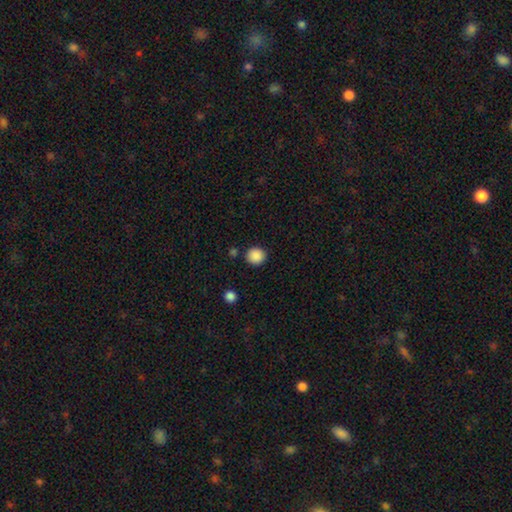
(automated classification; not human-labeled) A smooth galaxy with no disk features (88%) that is round (90%).

Vote fractions:
- Smooth or featured? smooth: 88% / star or artifact: 9% / featured or disk: 3%
- How rounded? round: 90% / in between: 9% / cigar-shaped: 1%
- Merging? none: 87% / minor disturbance: 7% / merger: 3% / major disturbance: 2%